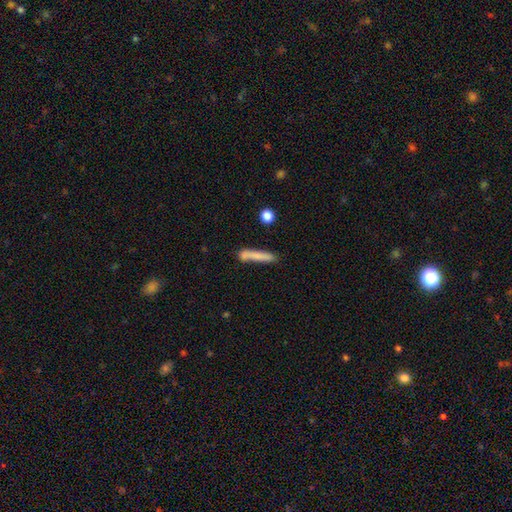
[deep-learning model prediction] Overall: smooth (75%). How rounded: cigar-shaped (92%). Merging: none (70%).